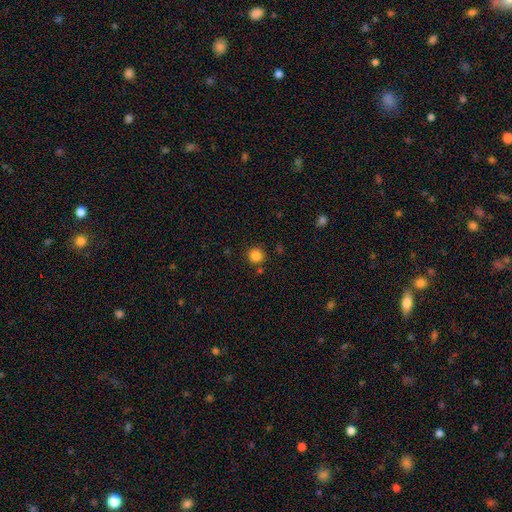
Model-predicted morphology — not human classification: smooth 84%, star or artifact 12%, featured or disk 4%. Down the decision tree: how rounded — round (94%); merging — none (86%).